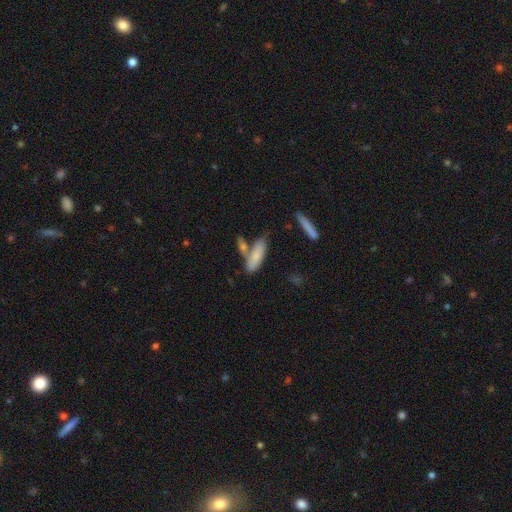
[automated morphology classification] Smooth or featured?
  - smooth: 76% *
  - featured or disk: 17%
  - star or artifact: 7%
How rounded?
  - cigar-shaped: 51% *
  - in between: 47%
  - round: 2%
Merging?
  - none: 49% *
  - merger: 30%
  - minor disturbance: 16%
  - major disturbance: 6%